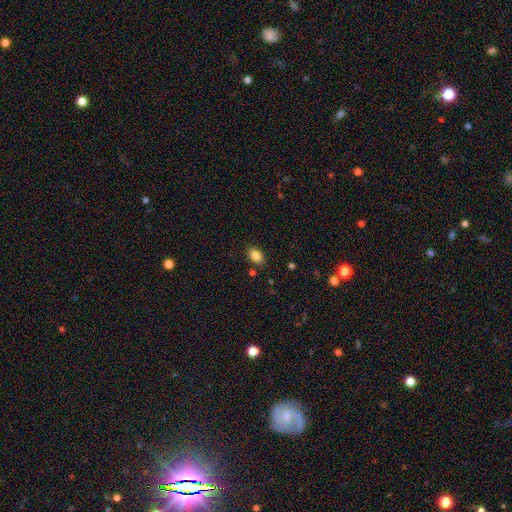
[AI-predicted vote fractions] smooth_or_featured: smooth (p=0.83) [alt: star or artifact p=0.09]
how_rounded: in between (p=0.83) [alt: round p=0.15]
merging: none (p=0.83) [alt: minor disturbance p=0.11]